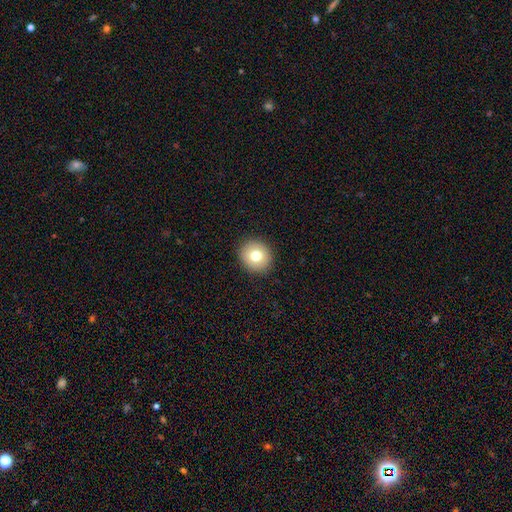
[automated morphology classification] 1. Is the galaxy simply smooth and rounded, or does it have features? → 76% smooth, 14% featured or disk, 10% star or artifact.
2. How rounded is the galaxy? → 89% round, 10% in between, 1% cigar-shaped.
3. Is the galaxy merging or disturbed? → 91% none, 6% minor disturbance, 2% major disturbance, 1% merger.